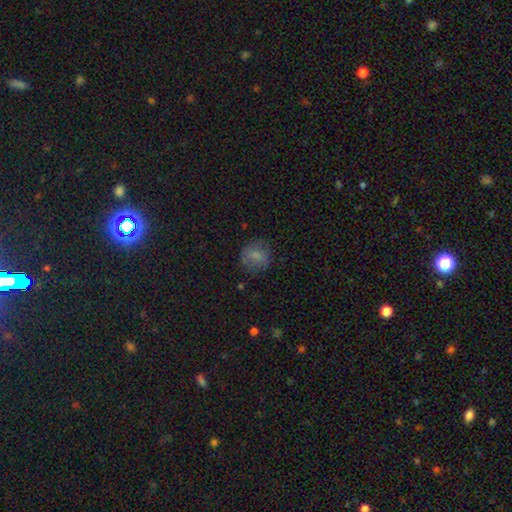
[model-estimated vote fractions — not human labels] A smooth galaxy with no disk features (77%) that is round (83%). Merging: none (74%).